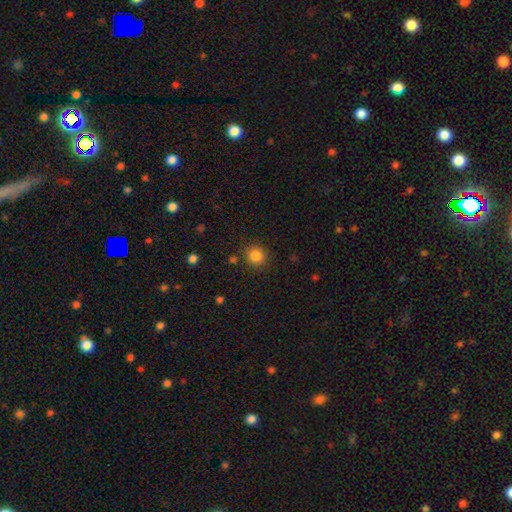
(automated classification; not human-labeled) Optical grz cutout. It shows a smooth galaxy with no disk features (85%) that is round (89%). Merging: none (86%).